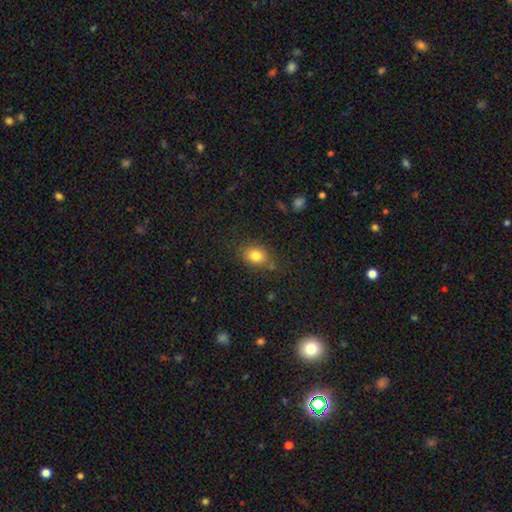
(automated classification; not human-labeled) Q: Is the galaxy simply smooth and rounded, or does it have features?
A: smooth — 82%.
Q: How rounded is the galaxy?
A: in between — 57%.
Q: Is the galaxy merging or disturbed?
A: none — 73%.